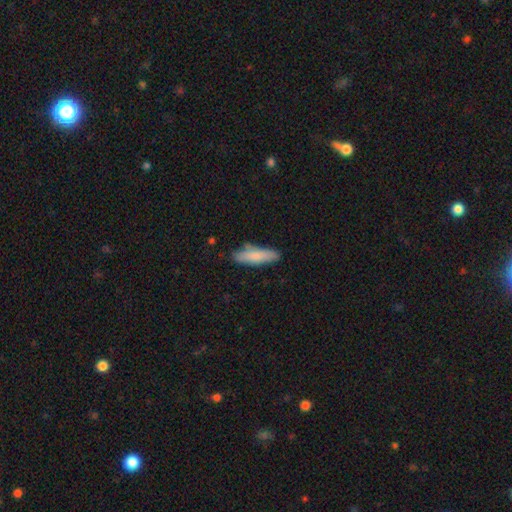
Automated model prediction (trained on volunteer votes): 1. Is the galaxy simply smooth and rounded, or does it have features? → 80% smooth, 14% featured or disk, 6% star or artifact.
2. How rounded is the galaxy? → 70% cigar-shaped, 29% in between, 2% round.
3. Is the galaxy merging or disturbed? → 78% none, 16% minor disturbance, 3% merger, 3% major disturbance.